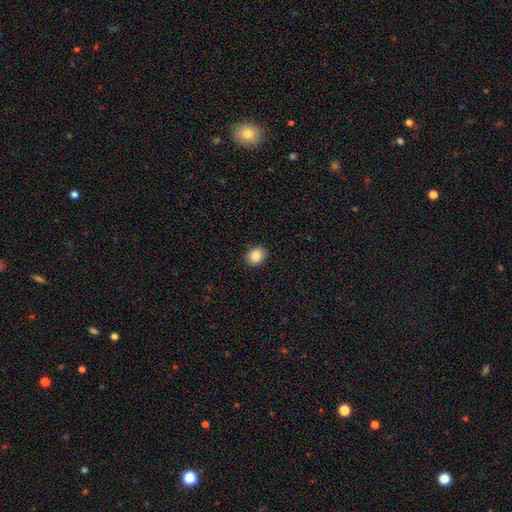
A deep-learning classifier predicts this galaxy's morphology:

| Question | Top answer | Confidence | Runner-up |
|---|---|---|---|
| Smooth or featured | smooth | 87% | star or artifact (9%) |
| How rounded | round | 59% | in between (40%) |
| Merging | none | 90% | minor disturbance (7%) |